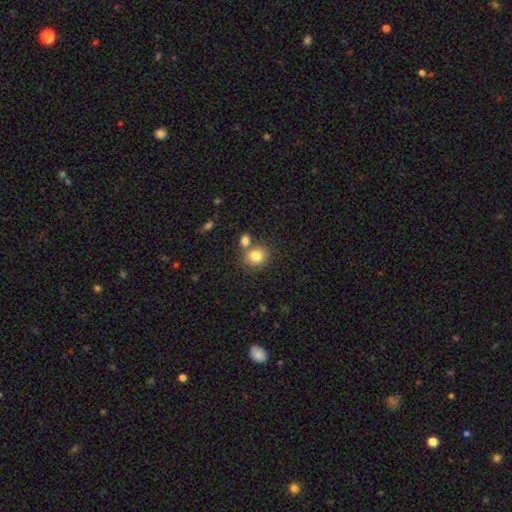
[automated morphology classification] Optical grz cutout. It shows a smooth galaxy with no disk features (82%) that is round (76%). Merging: none (61%).